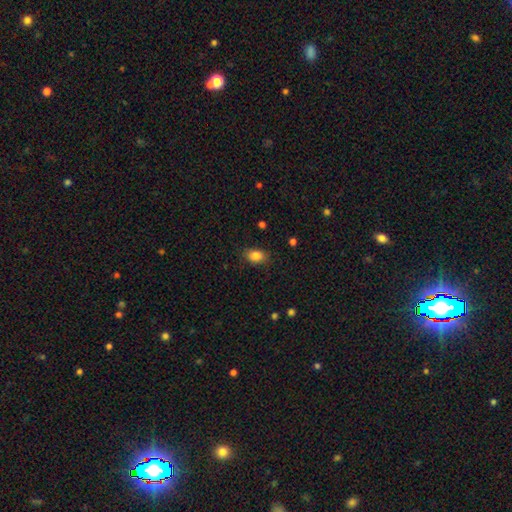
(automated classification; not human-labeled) A smooth galaxy with no disk features (85%) that is in between round and cigar-shaped (79%). Merging: none (81%).